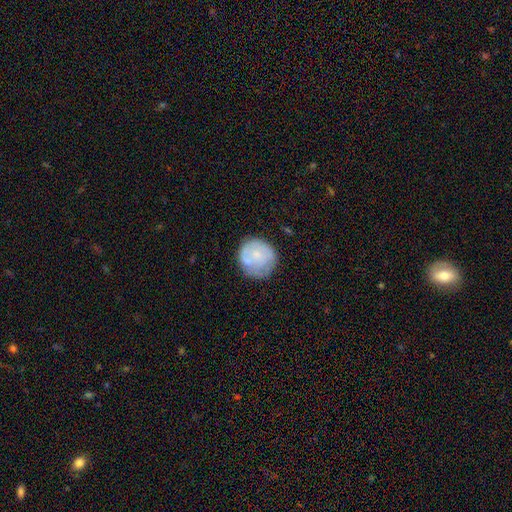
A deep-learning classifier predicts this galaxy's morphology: This is possibly a smooth galaxy (56%). How rounded: clearly round (89%). Merging: likely none (67%).